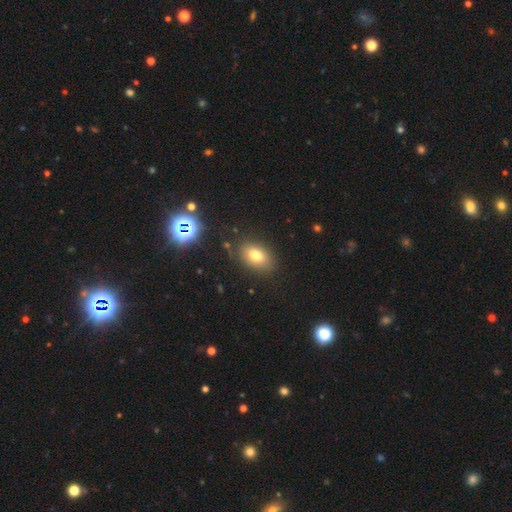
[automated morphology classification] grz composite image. It shows a smooth galaxy with no disk features (77%) that is in between round and cigar-shaped (85%). Merging: none (83%).